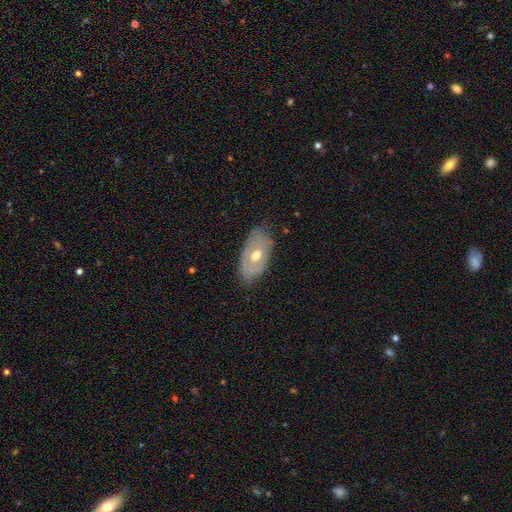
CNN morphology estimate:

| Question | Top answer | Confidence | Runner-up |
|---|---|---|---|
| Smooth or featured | featured or disk | 57% | smooth (37%) |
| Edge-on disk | no | 86% | yes (14%) |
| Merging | none | 70% | minor disturbance (23%) |